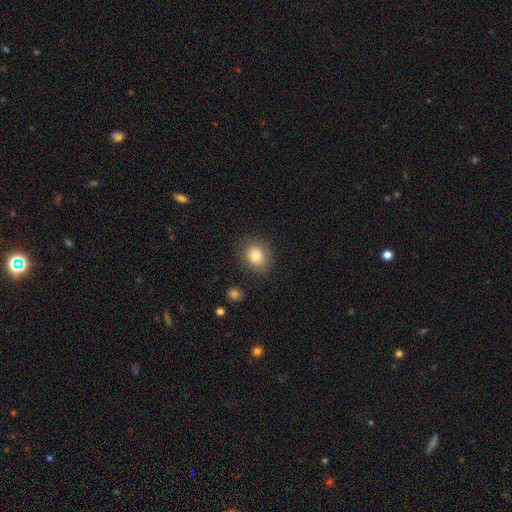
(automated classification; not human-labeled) Smooth or featured? Predicted: smooth (p=0.79). How rounded? Predicted: round (p=0.59). Merging? Predicted: none (p=0.81).